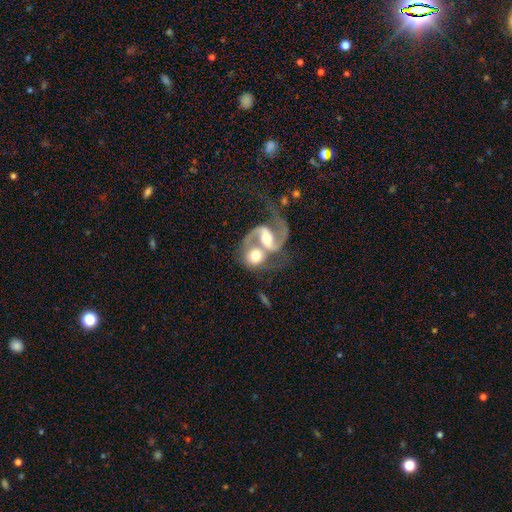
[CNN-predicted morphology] A featured or disk galaxy (75%) with a weak bar (37%, tied with no), 2 (85%) medium (47%) spiral arms (92%) and a moderate central bulge (61%). Merging: merger (64%).